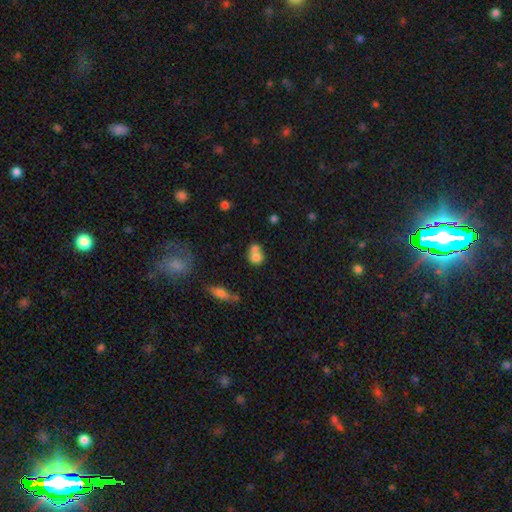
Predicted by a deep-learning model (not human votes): Smooth or featured? smooth (73%)
How rounded? round (64%)
Merging? merger (60%)